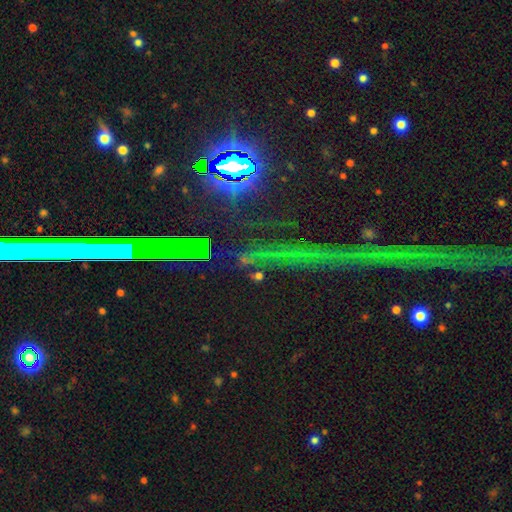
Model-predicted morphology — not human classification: star or artifact 76%, featured or disk 15%, smooth 9%.